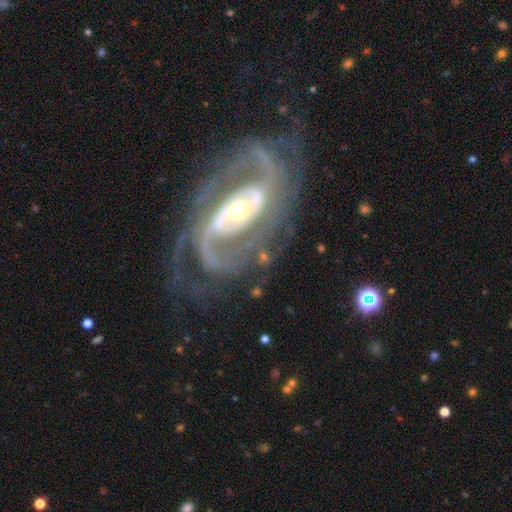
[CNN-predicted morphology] Smooth or featured? Predicted: featured or disk (p=0.92). Edge-on disk? Predicted: no (p=0.96). Bar? Predicted: strong (p=0.38). Spiral arms? Predicted: yes (p=0.98). Spiral winding? Predicted: medium (p=0.46). Spiral arm count? Predicted: 2 (p=0.66). Bulge size? Predicted: small (p=0.50). Merging? Predicted: none (p=0.70).